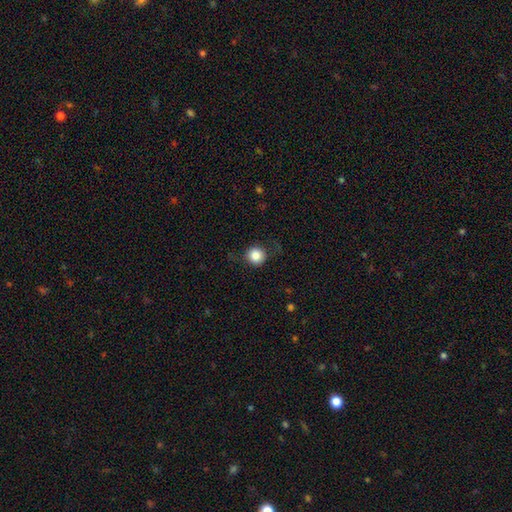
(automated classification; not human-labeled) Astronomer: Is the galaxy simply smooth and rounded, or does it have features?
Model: smooth — 83%.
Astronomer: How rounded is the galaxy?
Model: round — 92%.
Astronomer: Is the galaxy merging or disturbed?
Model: none — 81%.